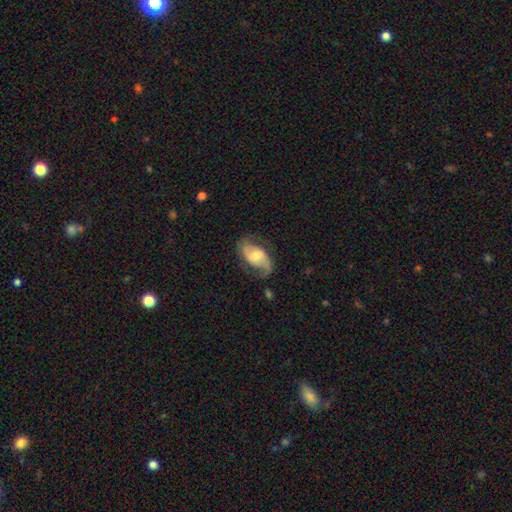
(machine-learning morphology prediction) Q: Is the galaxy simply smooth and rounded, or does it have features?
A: featured or disk — 78%.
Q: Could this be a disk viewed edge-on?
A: no — 96%.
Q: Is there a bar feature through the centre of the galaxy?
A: weak — 47%.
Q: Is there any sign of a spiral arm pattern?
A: yes — 94%.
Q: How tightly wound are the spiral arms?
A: loose — 46%.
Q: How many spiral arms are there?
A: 2 — 87%.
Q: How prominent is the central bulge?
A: moderate — 54%.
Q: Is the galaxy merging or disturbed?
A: none — 67%.